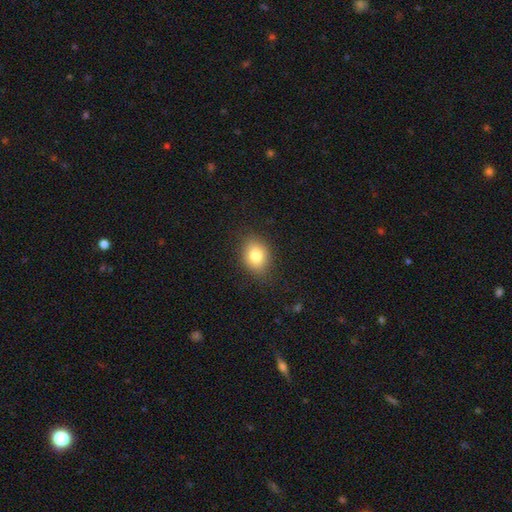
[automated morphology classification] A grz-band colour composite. It shows a smooth galaxy with no disk features (80%) that is in between round and cigar-shaped (63%). Merging: none (83%).